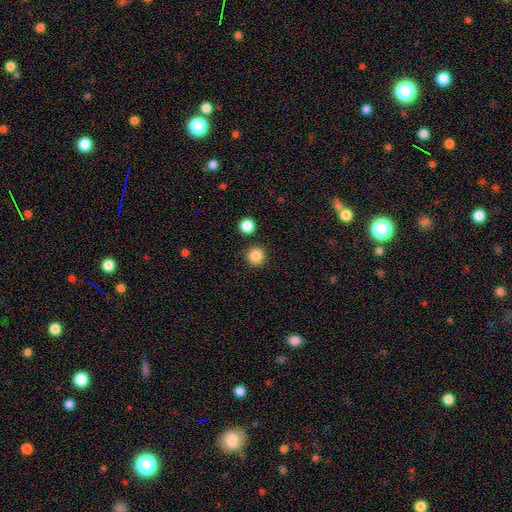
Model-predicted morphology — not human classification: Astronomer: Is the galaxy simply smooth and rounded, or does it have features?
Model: smooth — 86%.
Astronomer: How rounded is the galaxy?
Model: round — 96%.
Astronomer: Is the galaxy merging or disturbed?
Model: none — 89%.